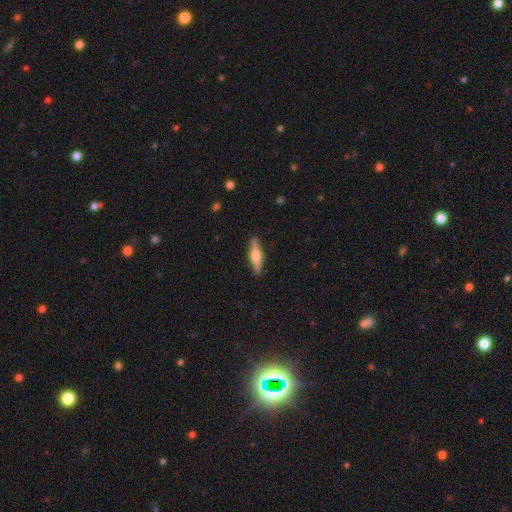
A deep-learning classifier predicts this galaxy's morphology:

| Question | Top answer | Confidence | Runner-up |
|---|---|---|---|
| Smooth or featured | featured or disk | 57% | smooth (37%) |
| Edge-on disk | yes | 96% | no (4%) |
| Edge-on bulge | rounded | 86% | boxy (11%) |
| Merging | none | 89% | minor disturbance (8%) |